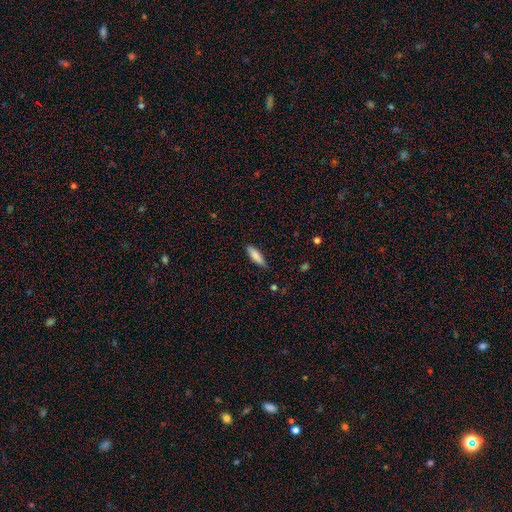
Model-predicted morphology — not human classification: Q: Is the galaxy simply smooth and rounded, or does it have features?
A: smooth — 84%.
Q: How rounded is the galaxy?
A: cigar-shaped — 56%.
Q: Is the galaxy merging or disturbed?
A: none — 81%.